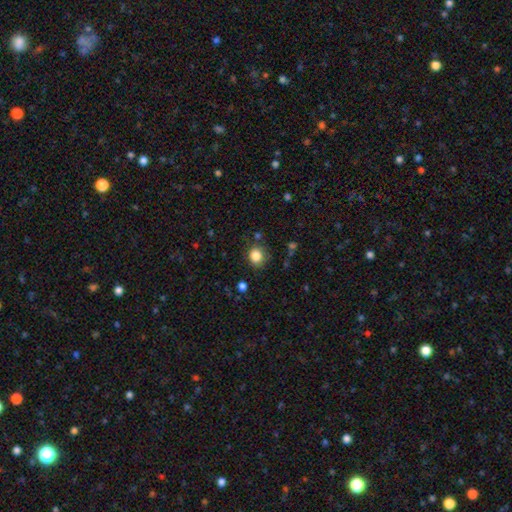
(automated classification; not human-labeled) The model was most divided on "how rounded": round: 79%, in between: 21%, cigar-shaped: 1%. More confident: smooth or featured — smooth (84%); merging — none (80%).